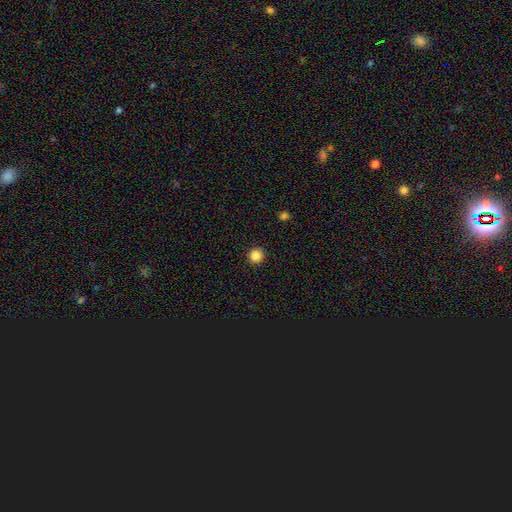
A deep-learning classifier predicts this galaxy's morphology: A smooth galaxy with no disk features (85%) that is round (96%).

Vote fractions:
- Smooth or featured? smooth: 85% / star or artifact: 12% / featured or disk: 3%
- How rounded? round: 96% / in between: 3% / cigar-shaped: 1%
- Merging? none: 93% / minor disturbance: 4% / major disturbance: 2% / merger: 1%